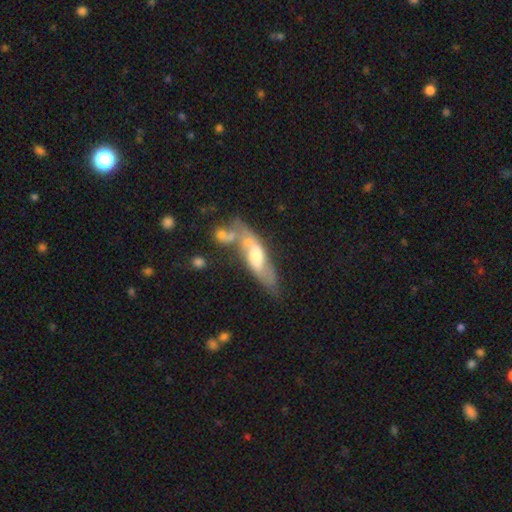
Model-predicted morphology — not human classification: type=featured or disk (61%); edge-on=no (61%); merging=none (47%).